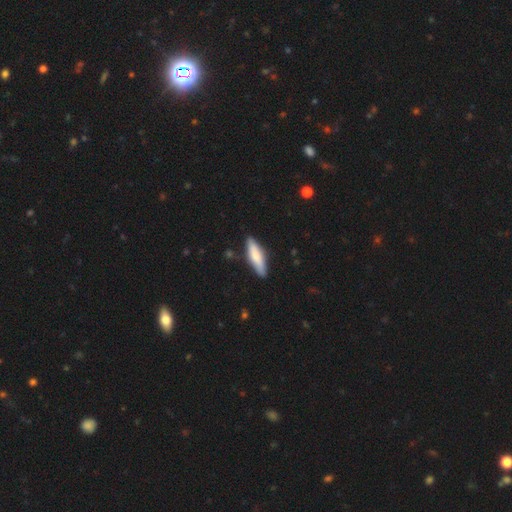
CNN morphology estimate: Smooth or featured? smooth (73%)
How rounded? cigar-shaped (67%)
Merging? none (84%)